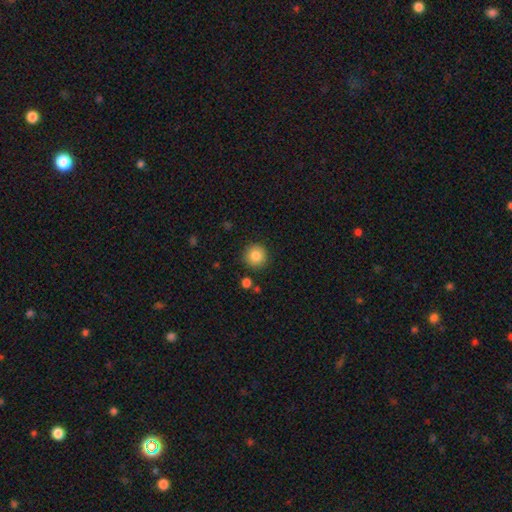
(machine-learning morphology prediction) This is clearly a smooth galaxy (86%). How rounded: clearly round (94%). Merging: clearly none (88%).